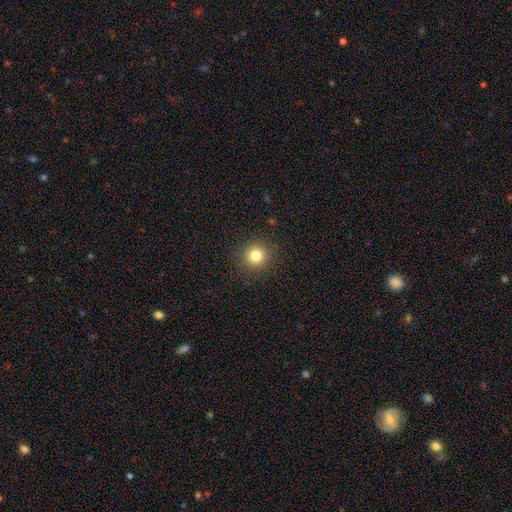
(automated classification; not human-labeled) smooth 81%, star or artifact 13%, featured or disk 6%. Down the decision tree: how rounded — round (93%); merging — none (91%).